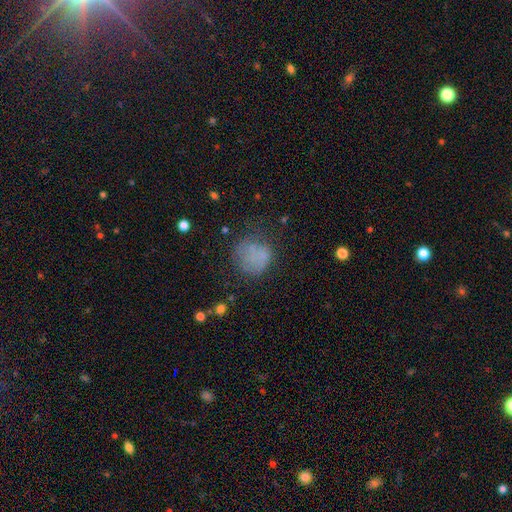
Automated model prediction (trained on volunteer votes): Q: Smooth or featured?
A: smooth (65%); runner-up: featured or disk (21%)
Q: How rounded?
A: round (80%); runner-up: in between (19%)
Q: Merging?
A: none (52%); runner-up: minor disturbance (25%)